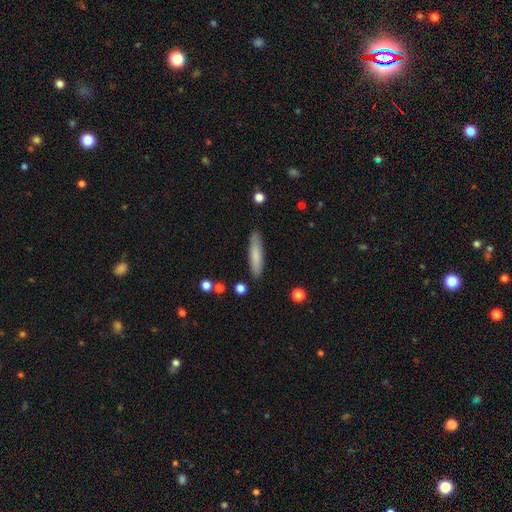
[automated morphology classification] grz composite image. It shows a smooth galaxy with no disk features (79%) that is cigar-shaped (83%). Merging: none (87%).